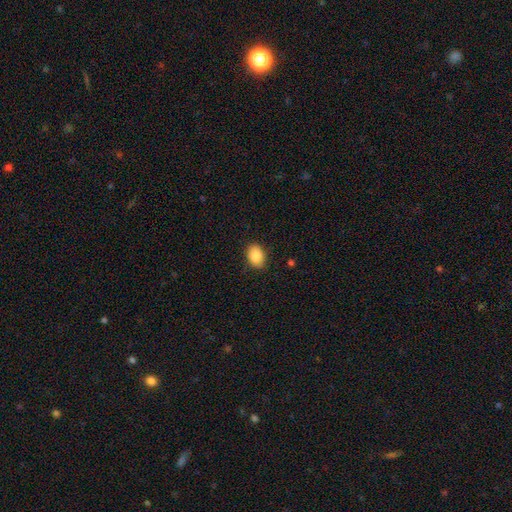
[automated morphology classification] Overall: smooth (88%). How rounded: in between (75%). Merging: none (85%).